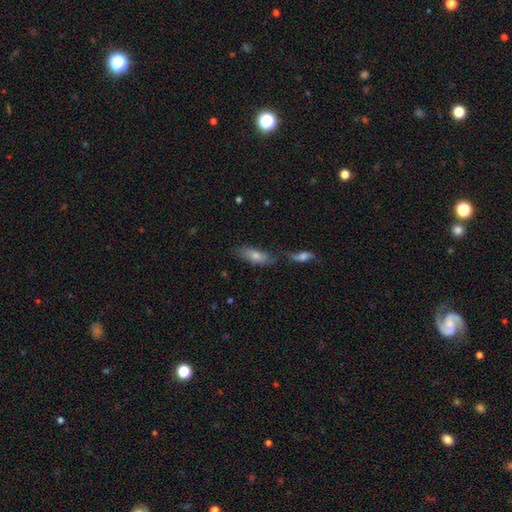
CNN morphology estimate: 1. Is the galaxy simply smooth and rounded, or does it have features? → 74% smooth, 19% featured or disk, 7% star or artifact.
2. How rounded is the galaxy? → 70% in between, 28% cigar-shaped, 3% round.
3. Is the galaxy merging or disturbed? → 55% none, 22% merger, 17% minor disturbance, 6% major disturbance.